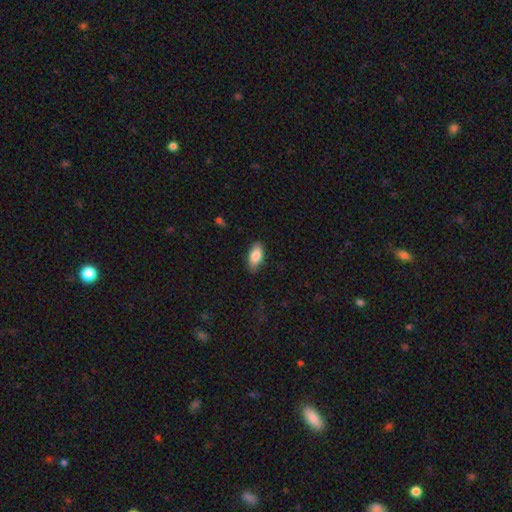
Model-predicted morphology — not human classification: This appears to be a smooth galaxy with no disk features (83%) that is in between round and cigar-shaped (89%). Merging: none (83%).